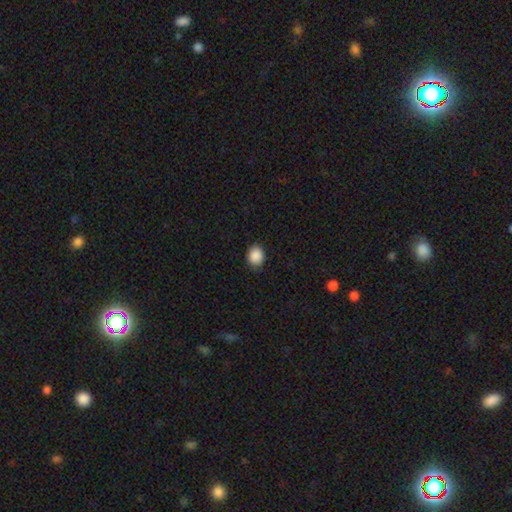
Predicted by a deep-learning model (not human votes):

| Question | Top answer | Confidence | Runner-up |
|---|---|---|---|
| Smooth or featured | smooth | 89% | star or artifact (8%) |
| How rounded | round | 57% | in between (42%) |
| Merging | none | 86% | minor disturbance (11%) |